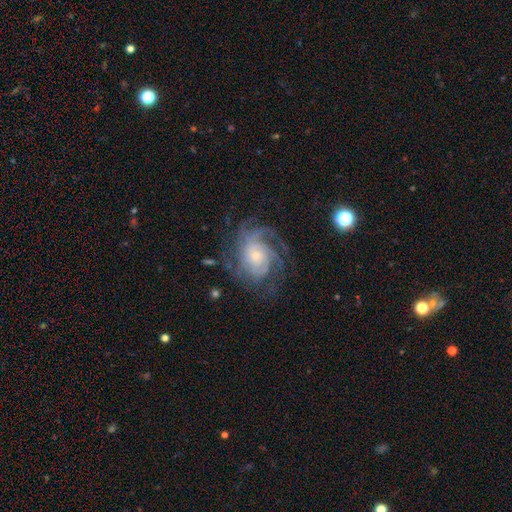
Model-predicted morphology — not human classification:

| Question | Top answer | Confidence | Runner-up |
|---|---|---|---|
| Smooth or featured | featured or disk | 86% | smooth (8%) |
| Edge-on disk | no | 98% | yes (2%) |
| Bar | no | 74% | weak (22%) |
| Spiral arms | yes | 96% | no (4%) |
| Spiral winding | tight | 58% | medium (33%) |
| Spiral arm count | can't tell | 28% | 3 (23%) |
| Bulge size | small | 54% | moderate (33%) |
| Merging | none | 67% | minor disturbance (18%) |